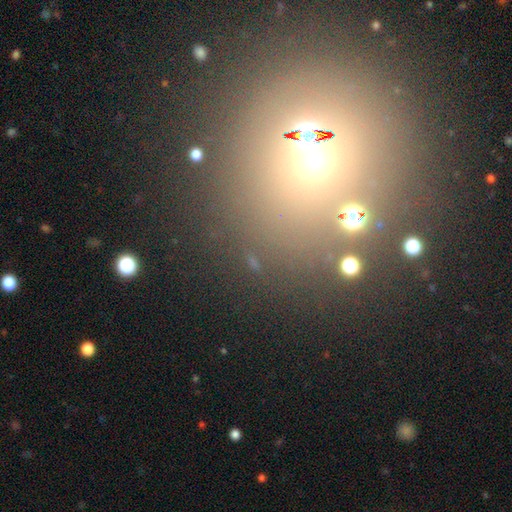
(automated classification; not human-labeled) A star or artifact, not a galaxy (51%).